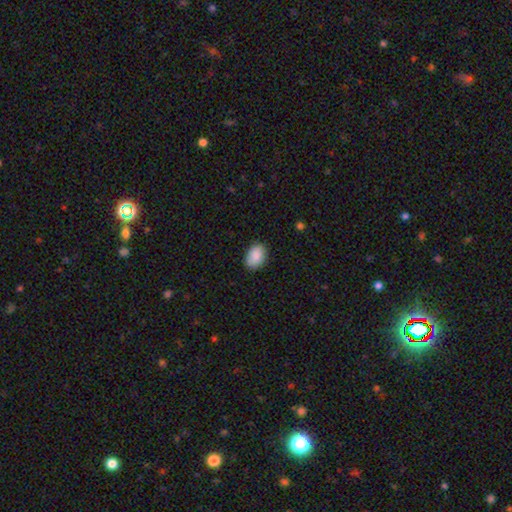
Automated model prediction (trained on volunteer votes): Smooth or featured? Predicted: smooth (p=0.89). How rounded? Predicted: in between (p=0.84). Merging? Predicted: none (p=0.84).